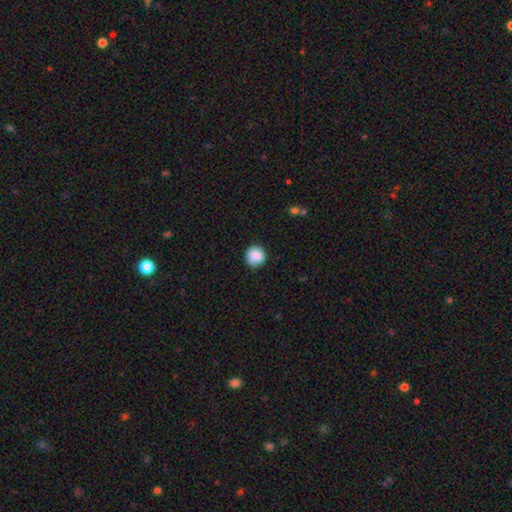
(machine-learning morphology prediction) Smooth or featured? smooth (86%)
How rounded? round (85%)
Merging? none (81%)